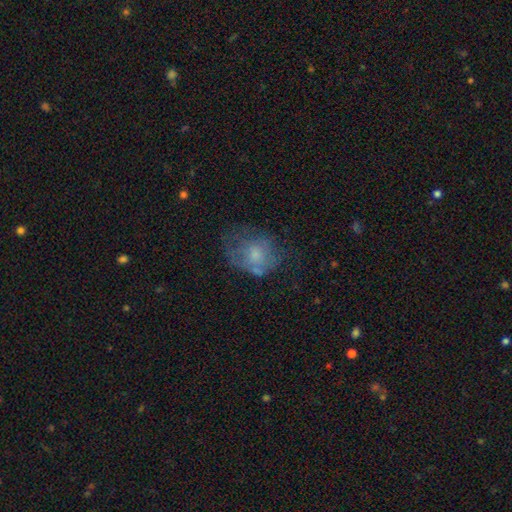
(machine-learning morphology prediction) This is possibly a smooth galaxy (54%). How rounded: possibly round (52%). Merging: marginally none (38%).